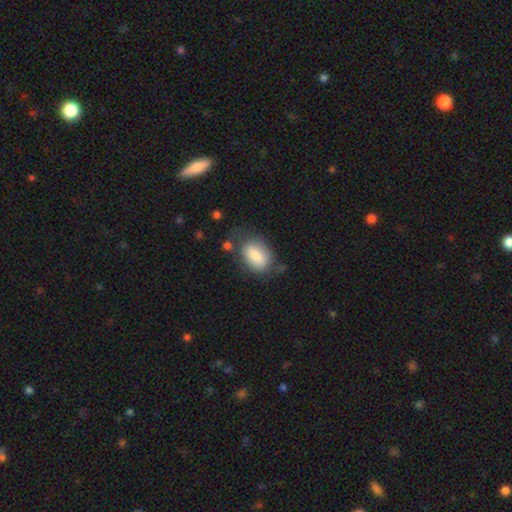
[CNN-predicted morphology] smooth_or_featured: smooth (p=0.84) [alt: featured or disk p=0.10]
how_rounded: in between (p=0.89) [alt: round p=0.10]
merging: none (p=0.58) [alt: minor disturbance p=0.24]